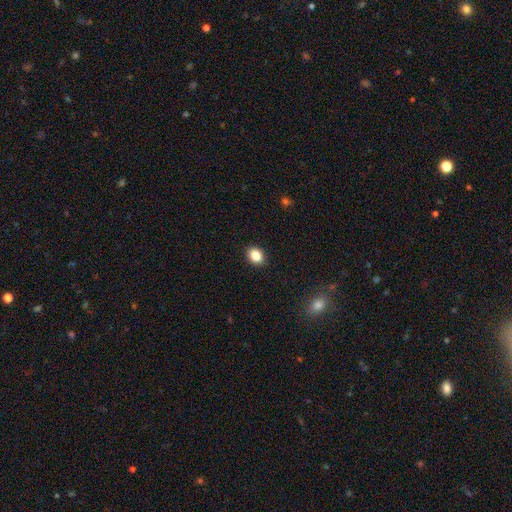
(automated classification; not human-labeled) The model was most divided on "how rounded": in between: 52%, round: 47%, cigar-shaped: 1%. More confident: merging — none (91%); smooth or featured — smooth (86%).